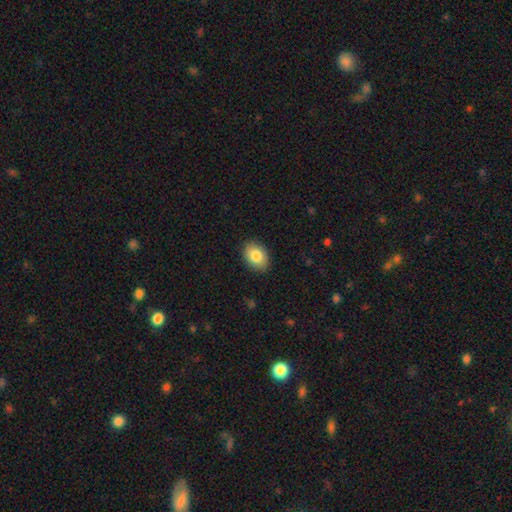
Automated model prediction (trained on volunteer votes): Morphology: type=smooth (84%); roundness=in between (76%); merging=none (89%).